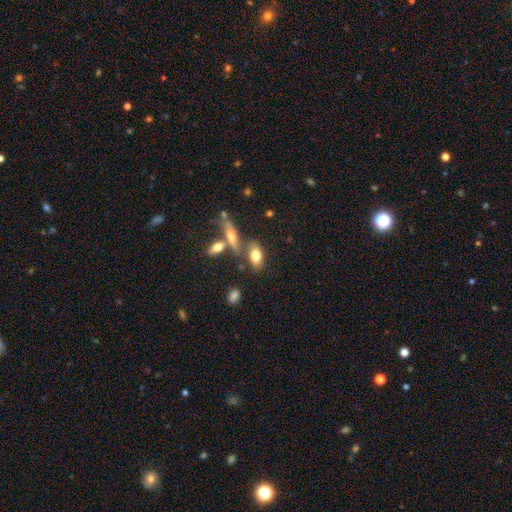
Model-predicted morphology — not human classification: A smooth galaxy with no disk features (76%) that is in between round and cigar-shaped (84%). Merging: none (57%).